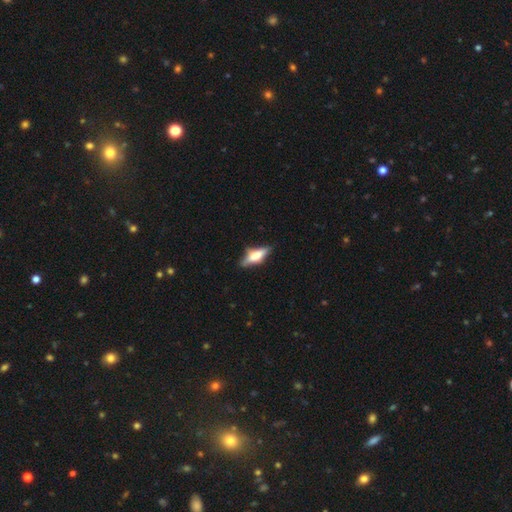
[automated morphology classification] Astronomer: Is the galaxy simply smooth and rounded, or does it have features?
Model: featured or disk — 47% (runner-up: smooth, 45%).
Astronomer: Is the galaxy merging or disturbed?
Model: none — 75%.